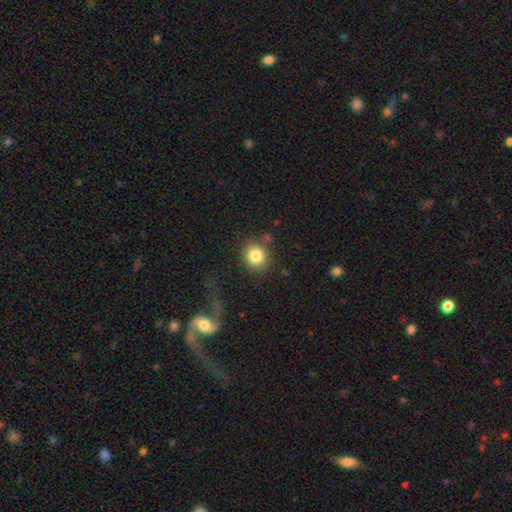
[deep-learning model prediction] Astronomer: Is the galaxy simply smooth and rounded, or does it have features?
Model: smooth — 83%.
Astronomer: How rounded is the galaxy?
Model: round — 85%.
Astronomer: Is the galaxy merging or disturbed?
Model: none — 79%.